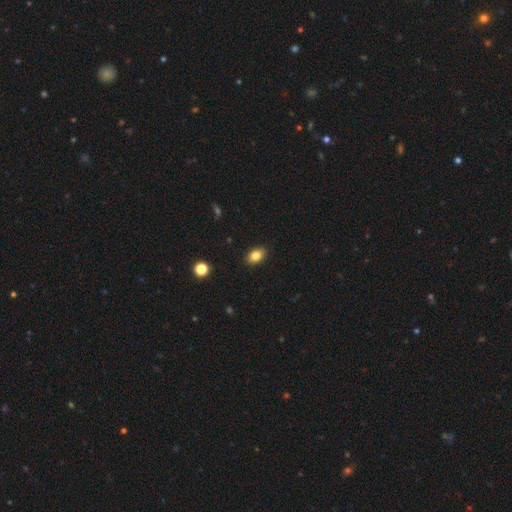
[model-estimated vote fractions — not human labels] Smooth or featured: smooth — 82% (star or artifact — 10%)
How rounded: in between — 81% (round — 18%)
Merging: none — 89% (minor disturbance — 8%)